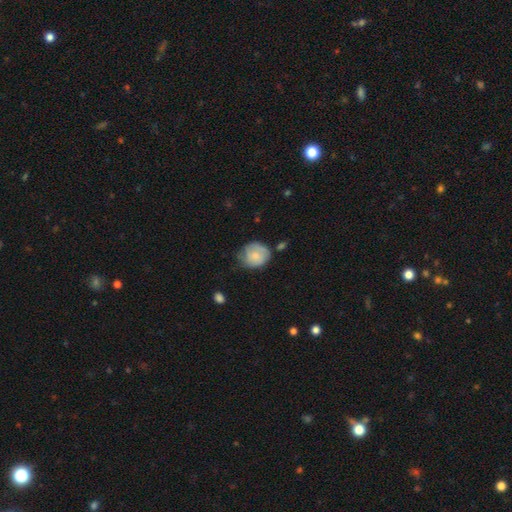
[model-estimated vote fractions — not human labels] Smooth or featured: smooth — 68% (featured or disk — 26%)
How rounded: round — 69% (in between — 30%)
Merging: none — 54% (minor disturbance — 33%)